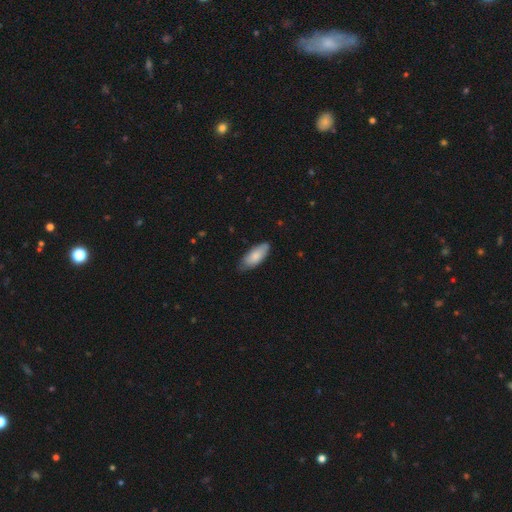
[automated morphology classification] A smooth galaxy with no disk features (82%) that is in between round and cigar-shaped (82%).

Vote fractions:
- Smooth or featured? smooth: 82% / featured or disk: 12% / star or artifact: 5%
- How rounded? in between: 82% / cigar-shaped: 16% / round: 2%
- Merging? none: 73% / minor disturbance: 23% / major disturbance: 3% / merger: 1%